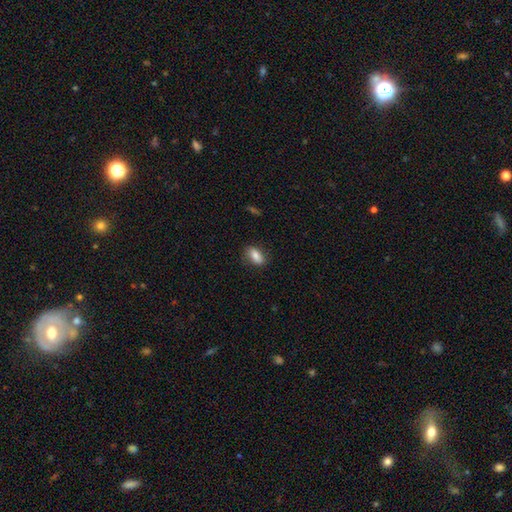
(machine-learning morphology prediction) The model was most divided on "merging": none: 80%, minor disturbance: 15%, major disturbance: 3%, merger: 1%. More confident: how rounded — in between (85%); smooth or featured — smooth (80%).